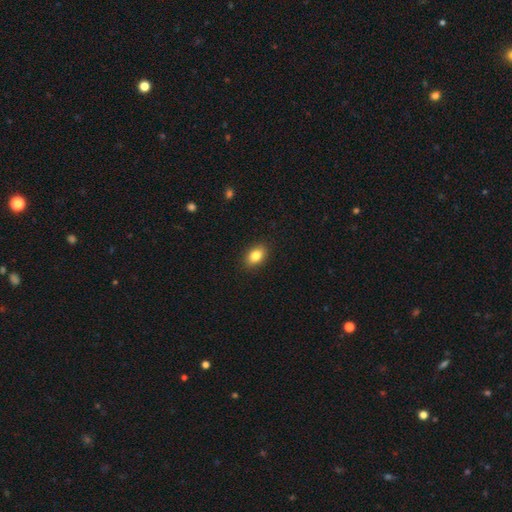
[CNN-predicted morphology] smooth_or_featured: smooth (p=0.84) [alt: star or artifact p=0.09]
how_rounded: in between (p=0.85) [alt: round p=0.13]
merging: none (p=0.90) [alt: minor disturbance p=0.07]